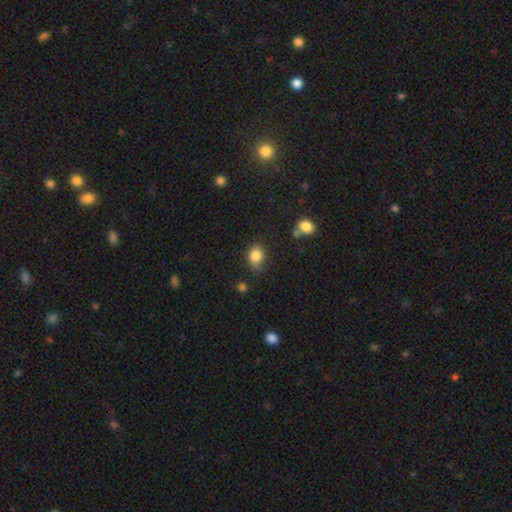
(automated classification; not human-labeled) The model was most divided on "how rounded": round: 51%, in between: 48%, cigar-shaped: 1%. More confident: smooth or featured — smooth (83%); merging — none (60%).